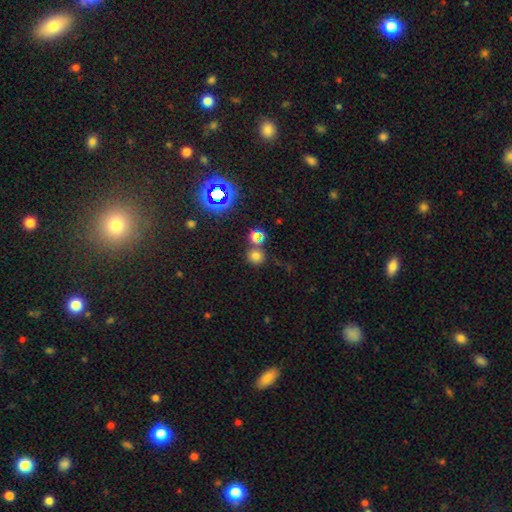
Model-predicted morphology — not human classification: Smooth or featured? smooth (68%)
How rounded? round (89%)
Merging? none (71%)